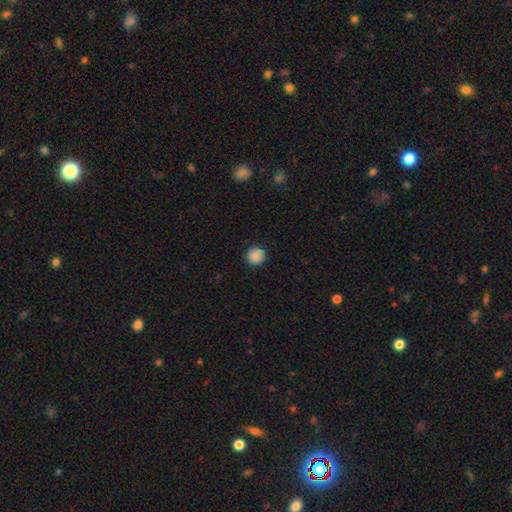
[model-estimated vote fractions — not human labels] This appears to be a smooth galaxy with no disk features (89%) that is round (91%). Merging: none (91%).